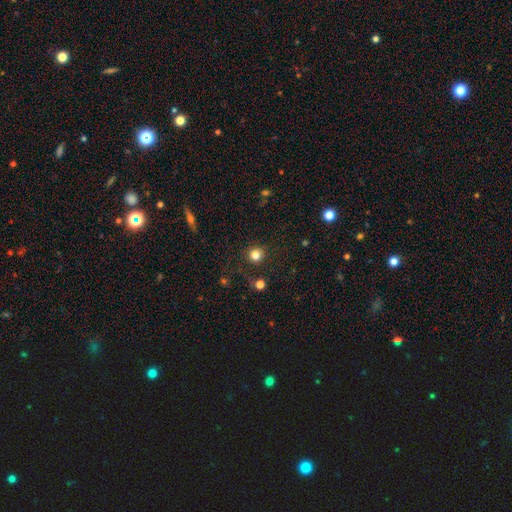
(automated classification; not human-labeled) smooth 81%, star or artifact 13%, featured or disk 5%. Down the decision tree: how rounded — round (94%); merging — none (89%).